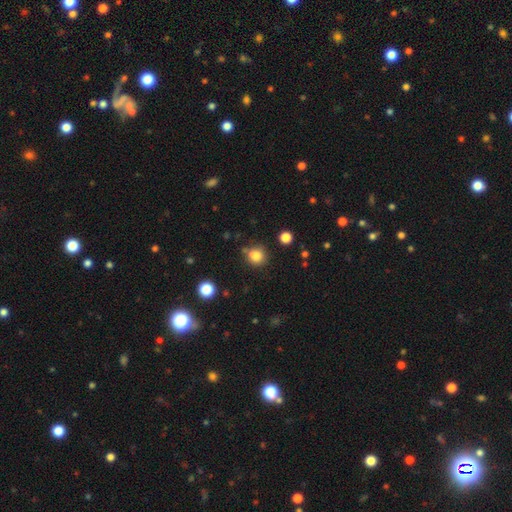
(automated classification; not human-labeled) Overall: smooth (82%). How rounded: round (87%). Merging: none (74%).